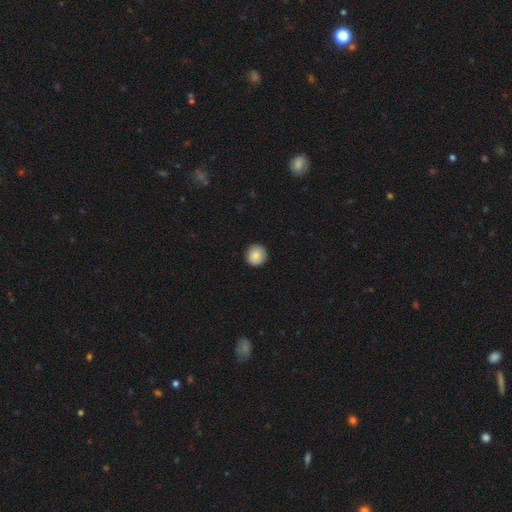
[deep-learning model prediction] A smooth galaxy with no disk features (86%) that is round (95%).

Vote fractions:
- Smooth or featured? smooth: 86% / star or artifact: 8% / featured or disk: 6%
- How rounded? round: 95% / in between: 4% / cigar-shaped: 1%
- Merging? none: 92% / minor disturbance: 6% / major disturbance: 2% / merger: 1%